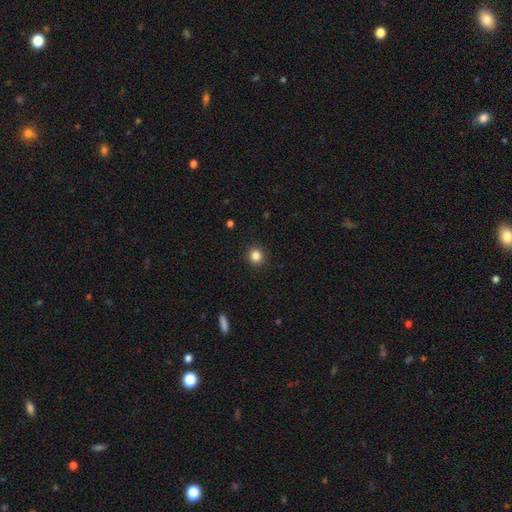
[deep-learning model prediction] Smooth or featured: smooth — 85% (star or artifact — 11%)
How rounded: round — 91% (in between — 8%)
Merging: none — 92% (minor disturbance — 5%)